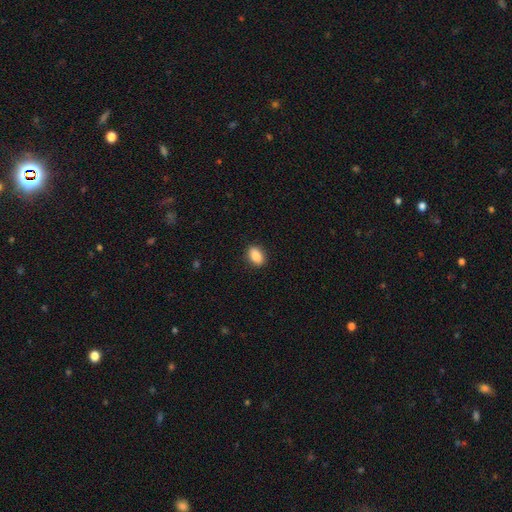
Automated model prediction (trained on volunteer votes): Smooth or featured?
  - smooth: 88% *
  - star or artifact: 8%
  - featured or disk: 4%
How rounded?
  - in between: 87% *
  - round: 11%
  - cigar-shaped: 2%
Merging?
  - none: 89% *
  - minor disturbance: 8%
  - major disturbance: 2%
  - merger: 1%